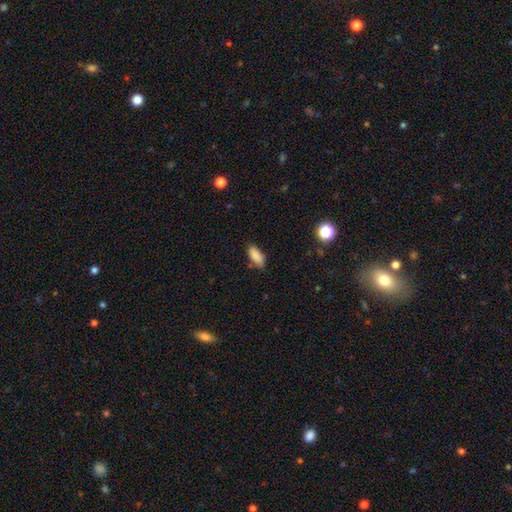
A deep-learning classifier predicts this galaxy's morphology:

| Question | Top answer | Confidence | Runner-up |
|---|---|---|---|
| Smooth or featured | smooth | 88% | star or artifact (7%) |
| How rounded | in between | 80% | cigar-shaped (18%) |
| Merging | none | 82% | minor disturbance (14%) |